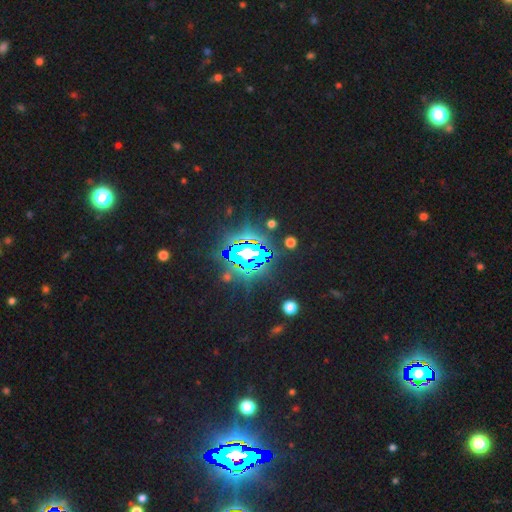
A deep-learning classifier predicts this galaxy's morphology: This is likely a star or artifact rather than a galaxy (78%).